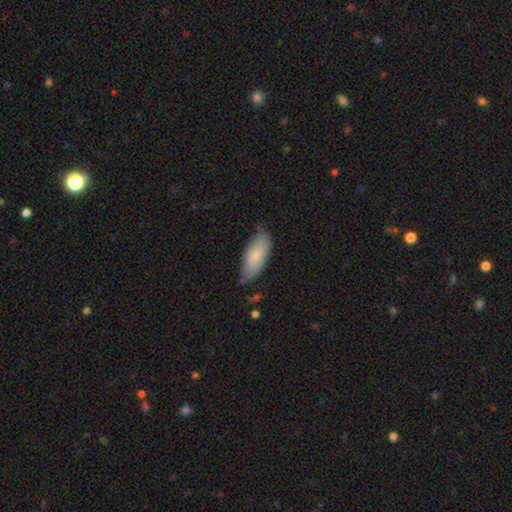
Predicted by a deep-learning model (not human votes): This is likely a smooth galaxy (80%). How rounded: clearly in between (84%). Merging: likely none (69%).